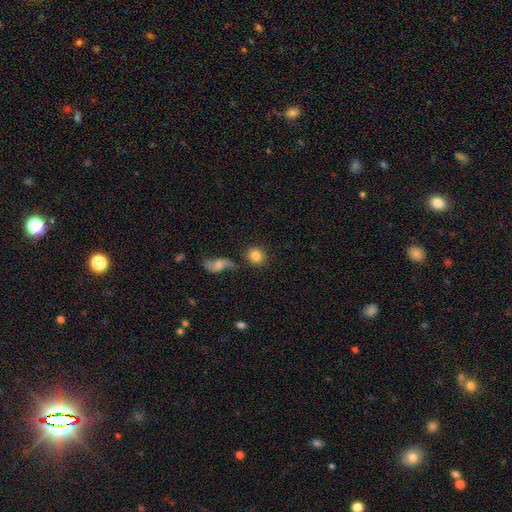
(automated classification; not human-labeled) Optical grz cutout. It shows a smooth galaxy with no disk features (85%) that is round (82%). Merging: none (78%).